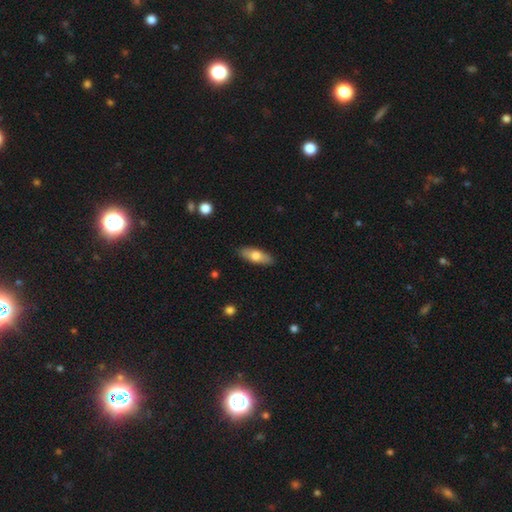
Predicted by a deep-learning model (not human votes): The model was most divided on "how rounded": in between: 68%, cigar-shaped: 29%, round: 3%. More confident: merging — none (88%); smooth or featured — smooth (67%).